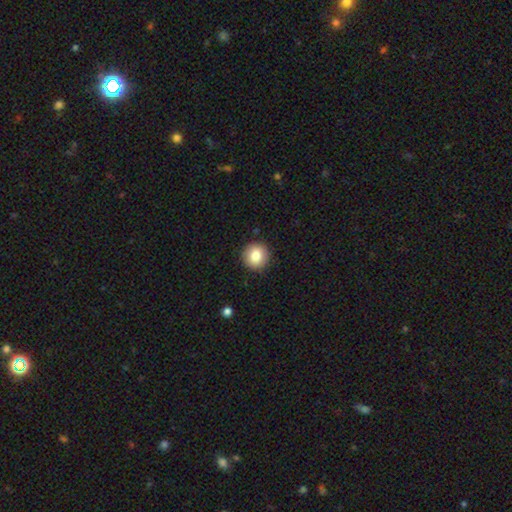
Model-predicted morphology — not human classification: Smooth or featured: smooth — 84% (star or artifact — 9%)
How rounded: round — 92% (in between — 7%)
Merging: none — 91% (minor disturbance — 6%)